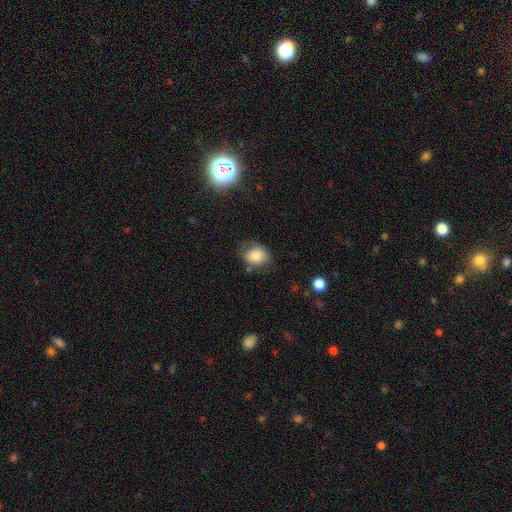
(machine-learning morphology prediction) Q: Smooth or featured?
A: smooth (77%); runner-up: featured or disk (14%)
Q: How rounded?
A: in between (53%); runner-up: round (46%)
Q: Merging?
A: none (61%); runner-up: minor disturbance (25%)